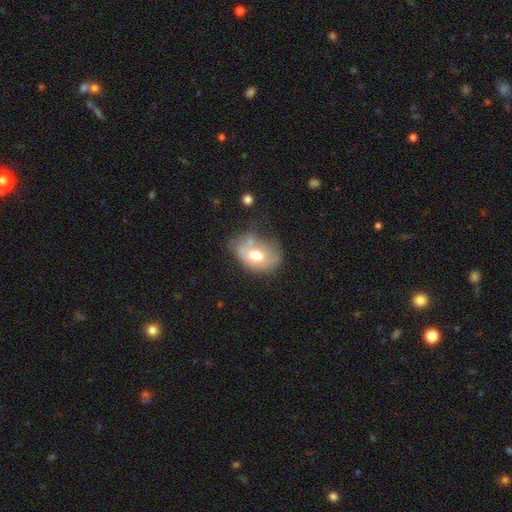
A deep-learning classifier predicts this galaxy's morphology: smooth-or-featured: smooth: 60% | featured or disk: 32% | star or artifact: 8%
  how-rounded: in between: 71% | round: 27% | cigar-shaped: 1%
  merging: none: 35% | minor disturbance: 33% | major disturbance: 19% | merger: 12%